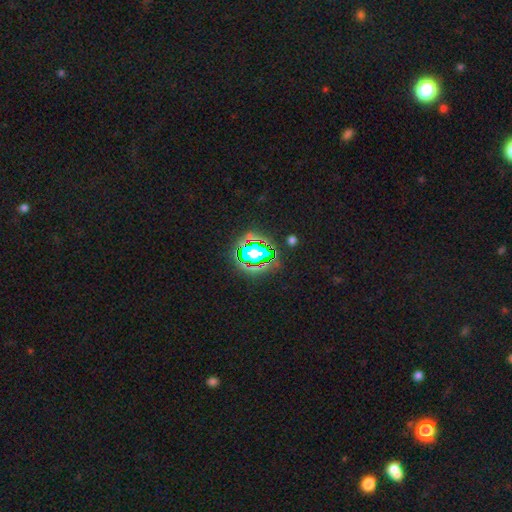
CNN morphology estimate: smooth-or-featured: star or artifact: 76% | smooth: 16% | featured or disk: 8%